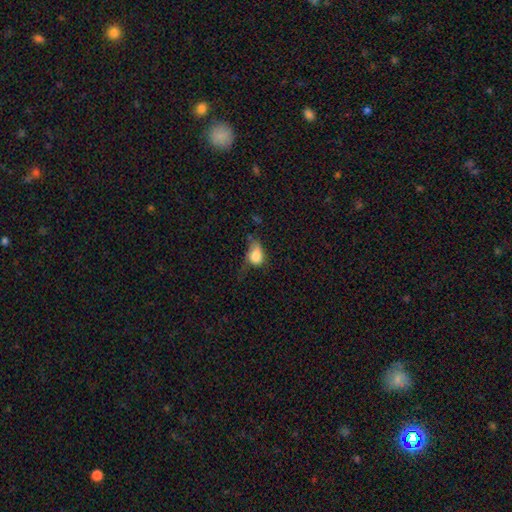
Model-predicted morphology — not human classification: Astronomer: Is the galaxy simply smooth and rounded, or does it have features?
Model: smooth — 80%.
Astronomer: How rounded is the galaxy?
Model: in between — 73%.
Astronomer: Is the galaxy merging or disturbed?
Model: minor disturbance — 36% (runner-up: major disturbance, 33%).